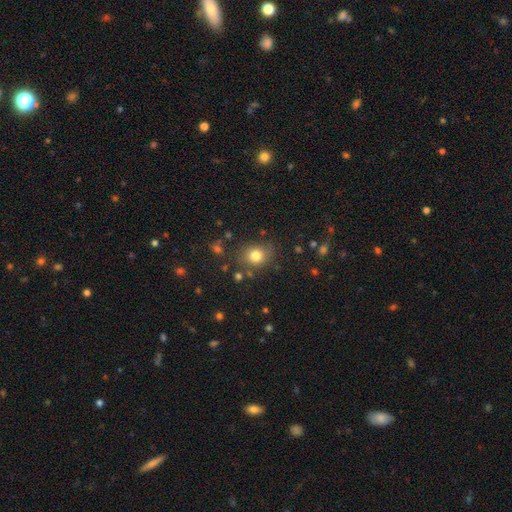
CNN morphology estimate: Overall: smooth (79%). How rounded: round (70%). Merging: none (78%).